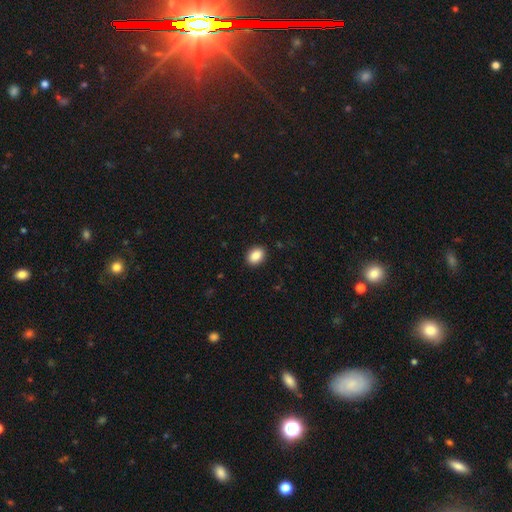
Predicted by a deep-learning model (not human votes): Smooth or featured? Predicted: smooth (p=0.88). How rounded? Predicted: in between (p=0.67). Merging? Predicted: none (p=0.90).